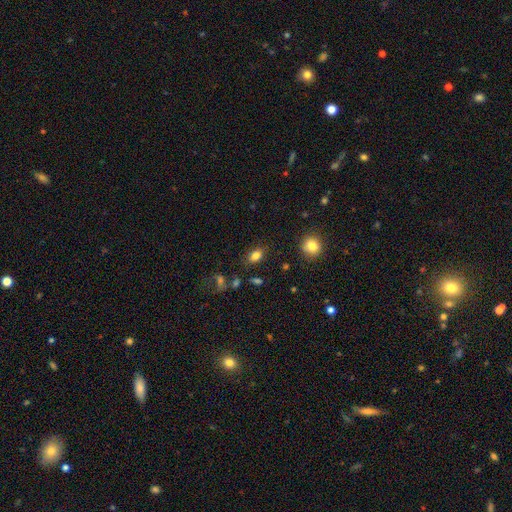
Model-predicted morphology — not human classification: Smooth or featured?
  - smooth: 82% *
  - star or artifact: 11%
  - featured or disk: 7%
How rounded?
  - in between: 82% *
  - round: 15%
  - cigar-shaped: 3%
Merging?
  - none: 81% *
  - minor disturbance: 13%
  - major disturbance: 4%
  - merger: 3%